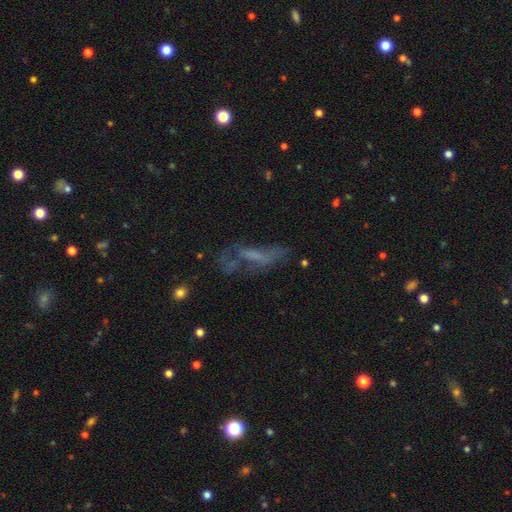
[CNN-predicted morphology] A featured or disk galaxy (48%).

Vote fractions:
- Smooth or featured? featured or disk: 48% / smooth: 33% / star or artifact: 19%
- Merging? none: 38% / major disturbance: 34% / minor disturbance: 20% / merger: 8%